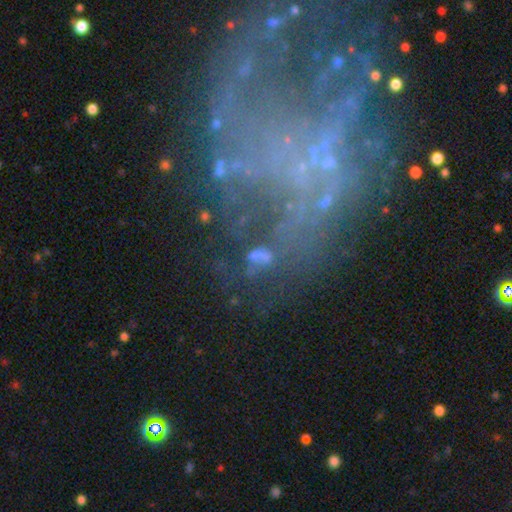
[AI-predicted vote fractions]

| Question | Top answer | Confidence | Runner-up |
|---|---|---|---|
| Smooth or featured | featured or disk | 43% | star or artifact (30%) |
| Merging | none | 41% | major disturbance (25%) |